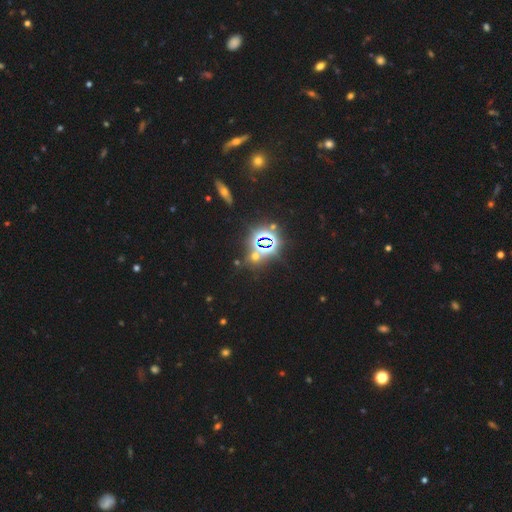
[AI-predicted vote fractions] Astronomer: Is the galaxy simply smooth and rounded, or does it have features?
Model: star or artifact — 71%.